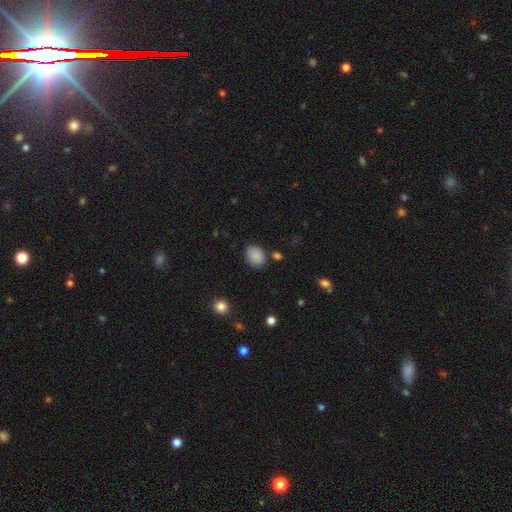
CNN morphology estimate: Smooth or featured? smooth (87%)
How rounded? in between (55%)
Merging? none (79%)